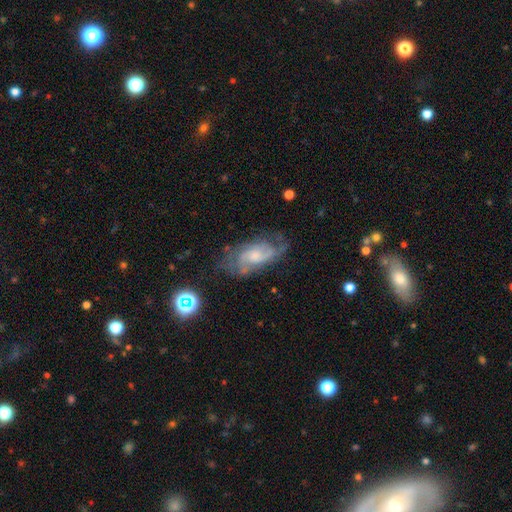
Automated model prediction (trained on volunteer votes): A featured or disk galaxy (73%) with no bar (62%), 2 (44%) medium (44%) spiral arms (88%) and a moderate central bulge (42%). Merging: none (60%).